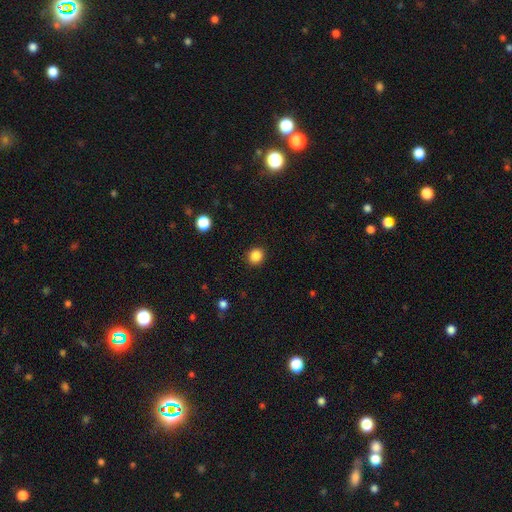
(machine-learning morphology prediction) Overall: smooth (86%). How rounded: round (84%). Merging: none (91%).